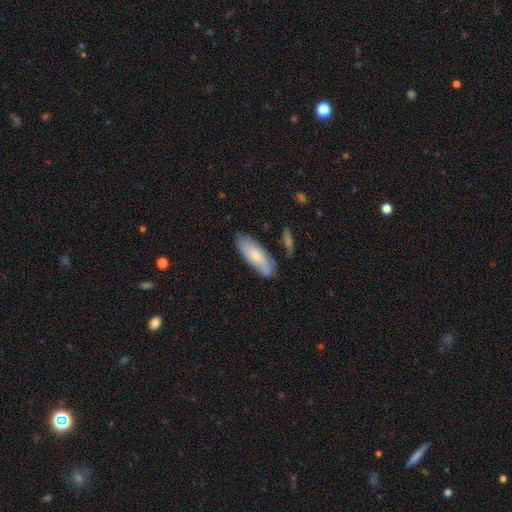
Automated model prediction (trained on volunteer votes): Smooth or featured? Predicted: smooth (p=0.65). How rounded? Predicted: in between (p=0.67). Merging? Predicted: none (p=0.73).